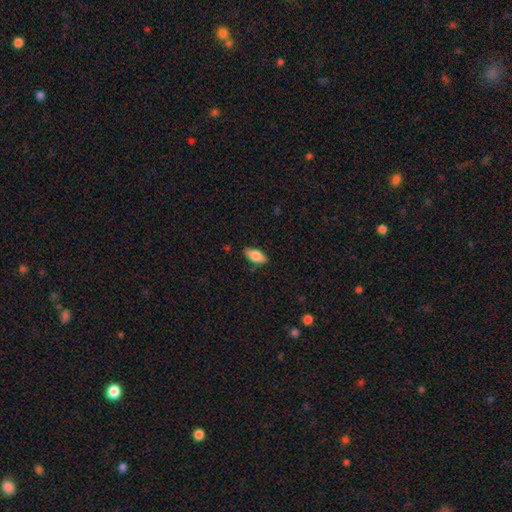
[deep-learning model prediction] Overall: smooth (80%). How rounded: in between (87%). Merging: none (85%).